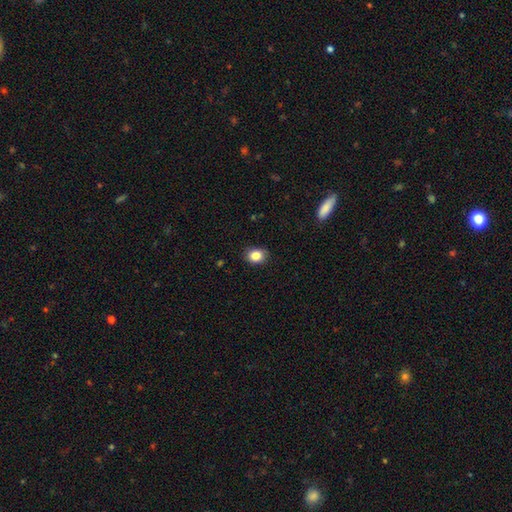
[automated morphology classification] Smooth or featured?
  - smooth: 85% *
  - star or artifact: 10%
  - featured or disk: 5%
How rounded?
  - round: 55% *
  - in between: 44%
  - cigar-shaped: 1%
Merging?
  - none: 87% *
  - minor disturbance: 10%
  - major disturbance: 2%
  - merger: 1%